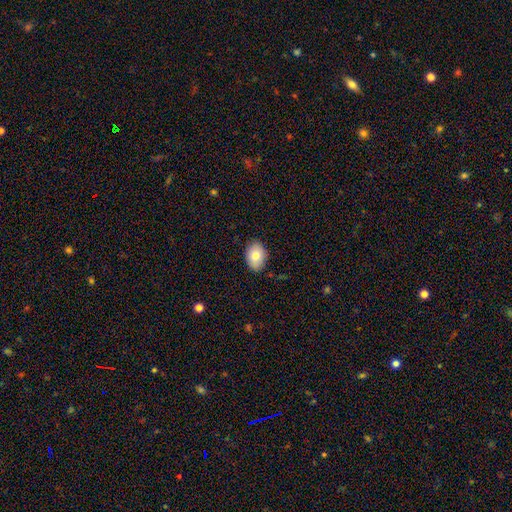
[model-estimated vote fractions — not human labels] smooth-or-featured: smooth: 79% | featured or disk: 14% | star or artifact: 7%
  how-rounded: in between: 80% | round: 19% | cigar-shaped: 1%
  merging: none: 86% | minor disturbance: 11% | major disturbance: 2% | merger: 1%